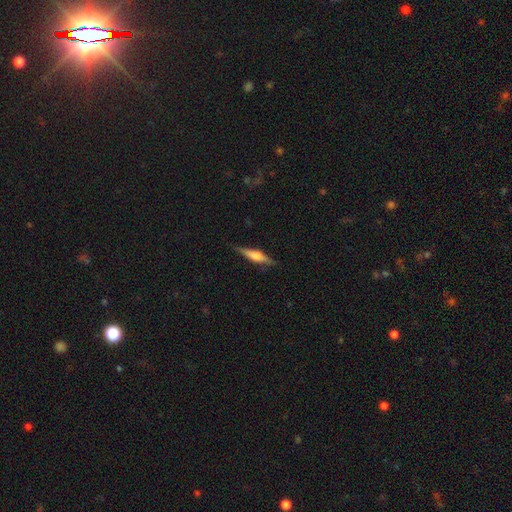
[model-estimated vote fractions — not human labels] This is possibly a featured or disk galaxy (57%). It is clearly viewed edge-on (97%). Edge-on bulge: likely rounded (66%). Merging: clearly none (86%).